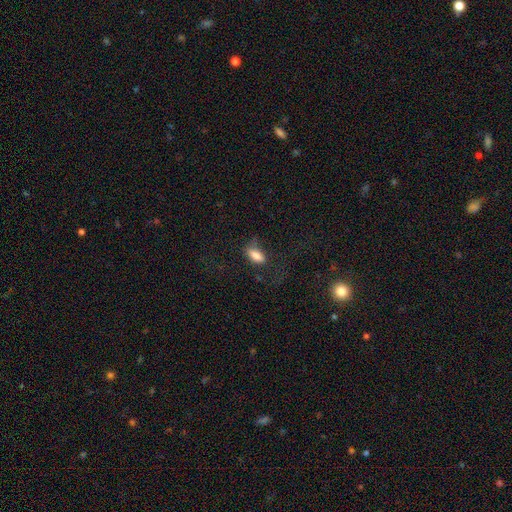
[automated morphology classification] smooth 81%, featured or disk 9%, star or artifact 9%. Down the decision tree: how rounded — in between (87%); merging — none (53%).